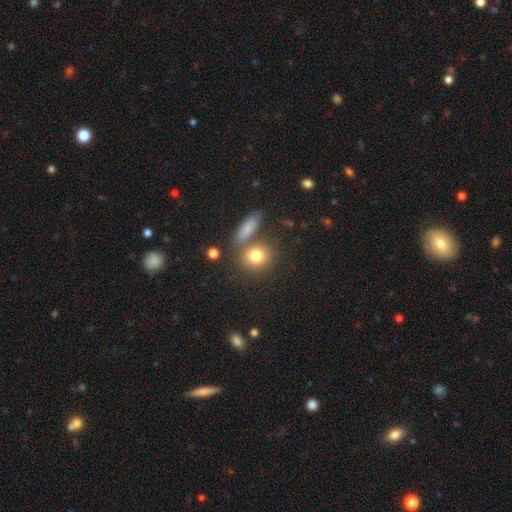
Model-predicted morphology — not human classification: Q: Smooth or featured?
A: smooth (79%); runner-up: featured or disk (11%)
Q: How rounded?
A: round (71%); runner-up: in between (26%)
Q: Merging?
A: none (63%); runner-up: merger (21%)